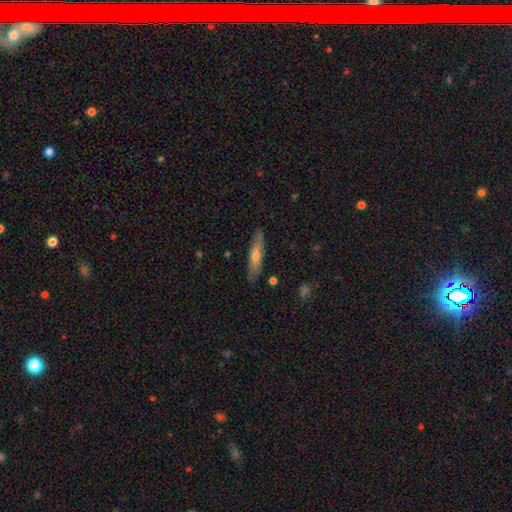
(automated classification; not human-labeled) Q: Smooth or featured?
A: smooth (56%); runner-up: featured or disk (38%)
Q: How rounded?
A: cigar-shaped (79%); runner-up: in between (19%)
Q: Merging?
A: none (86%); runner-up: minor disturbance (11%)